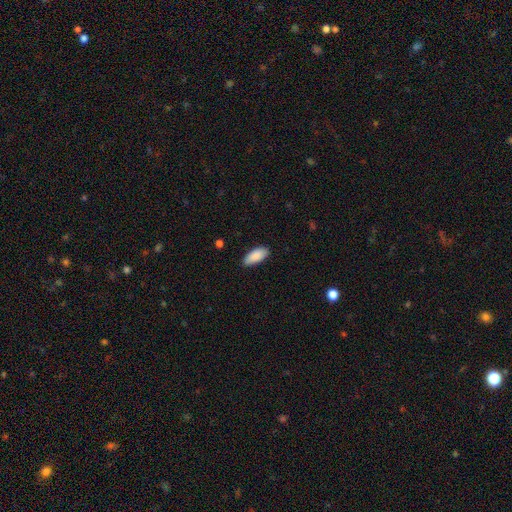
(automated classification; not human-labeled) A smooth galaxy with no disk features (90%) that is in between round and cigar-shaped (88%). Merging: none (85%).